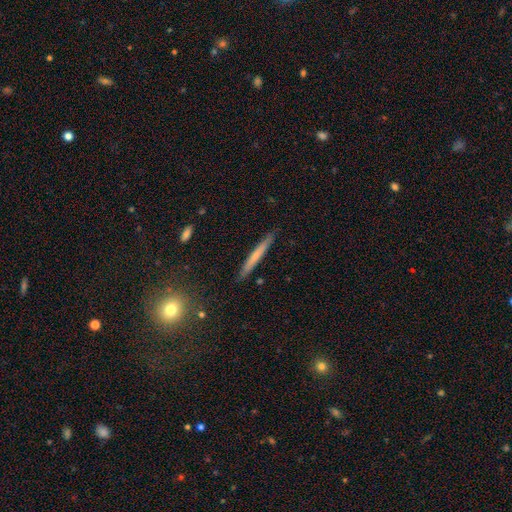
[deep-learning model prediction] A smooth galaxy with no disk features (55%) that is cigar-shaped (96%). Merging: none (90%).